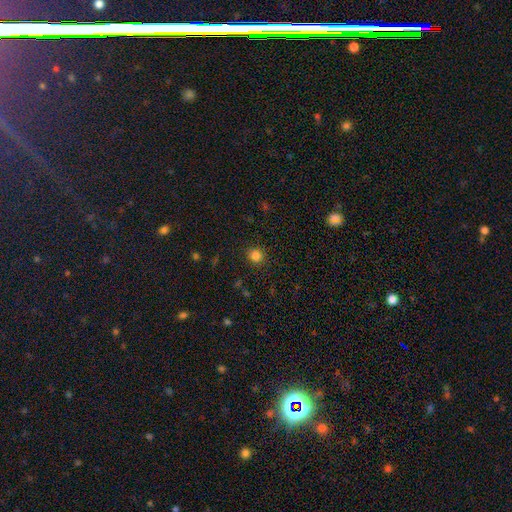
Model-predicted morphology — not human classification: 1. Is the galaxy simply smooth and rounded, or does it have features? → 83% smooth, 13% star or artifact, 4% featured or disk.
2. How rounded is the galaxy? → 85% round, 14% in between, 1% cigar-shaped.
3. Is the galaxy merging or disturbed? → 90% none, 7% minor disturbance, 2% major disturbance, 1% merger.